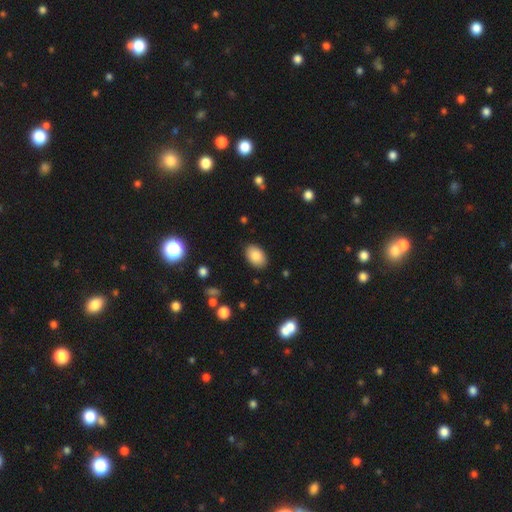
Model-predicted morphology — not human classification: Smooth or featured: smooth — 85% (star or artifact — 8%)
How rounded: in between — 88% (round — 11%)
Merging: none — 87% (minor disturbance — 9%)